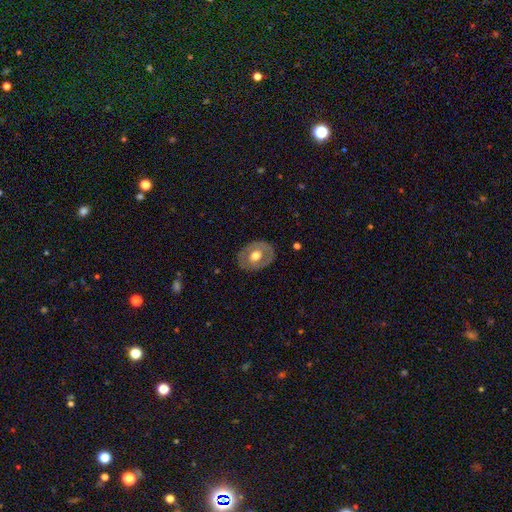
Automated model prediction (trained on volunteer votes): Smooth or featured?
  - smooth: 48% *
  - featured or disk: 47%
  - star or artifact: 6%
Merging?
  - none: 81% *
  - minor disturbance: 13%
  - major disturbance: 4%
  - merger: 1%